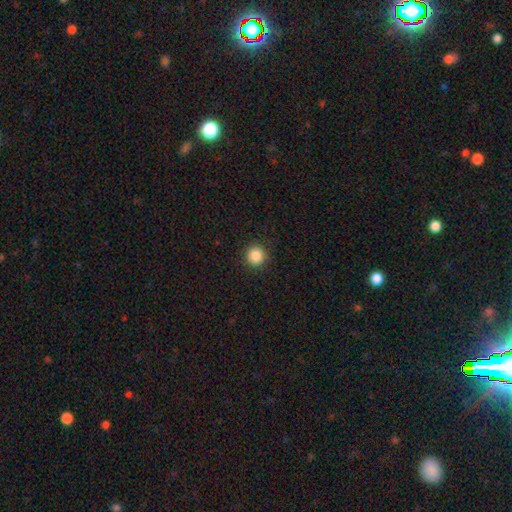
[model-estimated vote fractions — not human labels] Smooth or featured?
  - smooth: 86% *
  - star or artifact: 10%
  - featured or disk: 4%
How rounded?
  - round: 95% *
  - in between: 4%
  - cigar-shaped: 1%
Merging?
  - none: 92% *
  - minor disturbance: 5%
  - major disturbance: 2%
  - merger: 1%